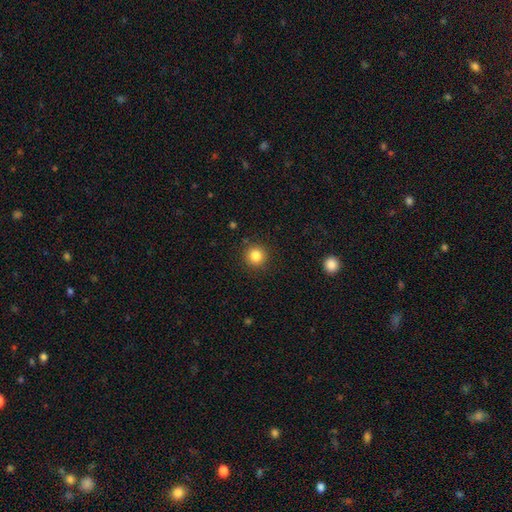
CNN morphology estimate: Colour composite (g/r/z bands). It shows a smooth galaxy with no disk features (83%) that is round (94%). Merging: none (90%).